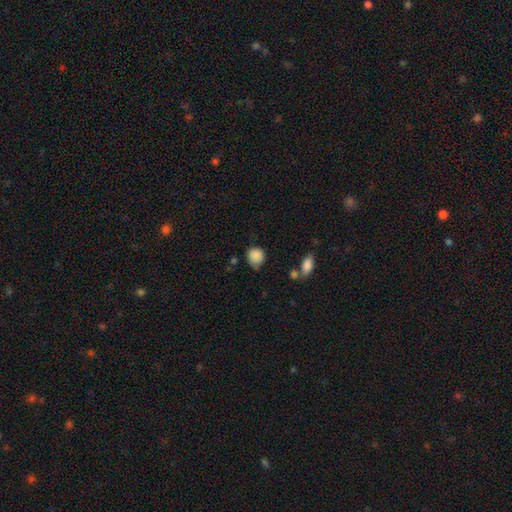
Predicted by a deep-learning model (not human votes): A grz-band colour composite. It shows a smooth galaxy with no disk features (87%) that is round (81%). Merging: none (58%).